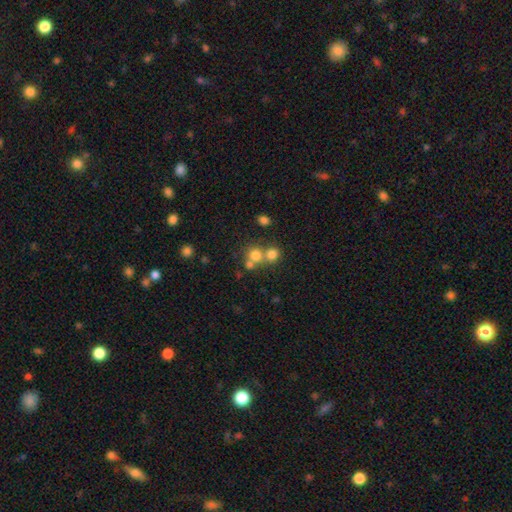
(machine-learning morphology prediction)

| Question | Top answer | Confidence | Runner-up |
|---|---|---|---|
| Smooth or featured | smooth | 72% | star or artifact (16%) |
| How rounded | round | 86% | in between (13%) |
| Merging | none | 47% | merger (43%) |